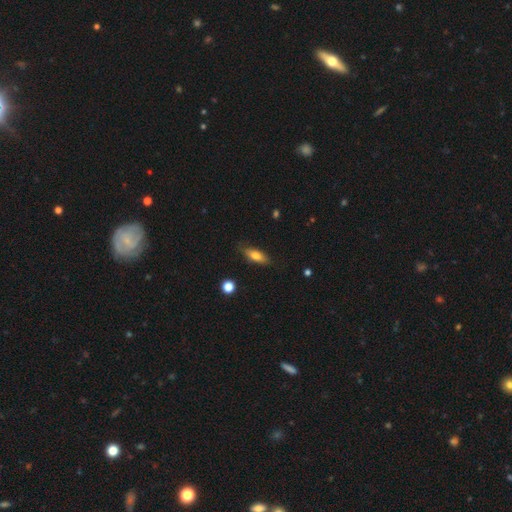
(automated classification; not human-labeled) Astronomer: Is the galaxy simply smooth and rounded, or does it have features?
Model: smooth — 72%.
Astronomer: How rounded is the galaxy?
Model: in between — 64%.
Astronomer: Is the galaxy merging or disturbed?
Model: none — 78%.